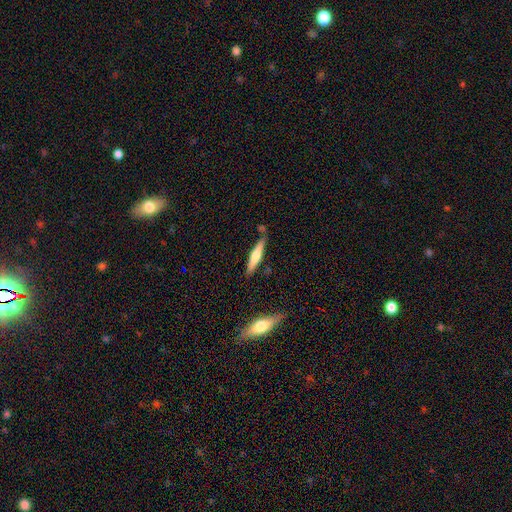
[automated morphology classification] The model was most divided on "smooth or featured": smooth: 53%, featured or disk: 42%, star or artifact: 6%. More confident: how rounded — cigar-shaped (86%); merging — none (78%).